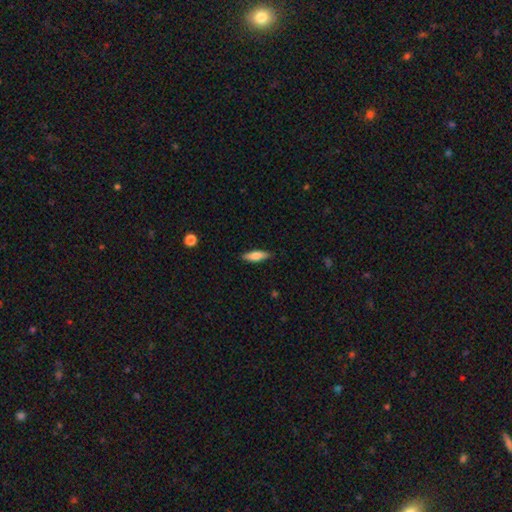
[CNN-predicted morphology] smooth-or-featured: smooth: 77% | featured or disk: 17% | star or artifact: 6%
  how-rounded: cigar-shaped: 51% | in between: 47% | round: 2%
  merging: none: 86% | minor disturbance: 11% | major disturbance: 2% | merger: 1%